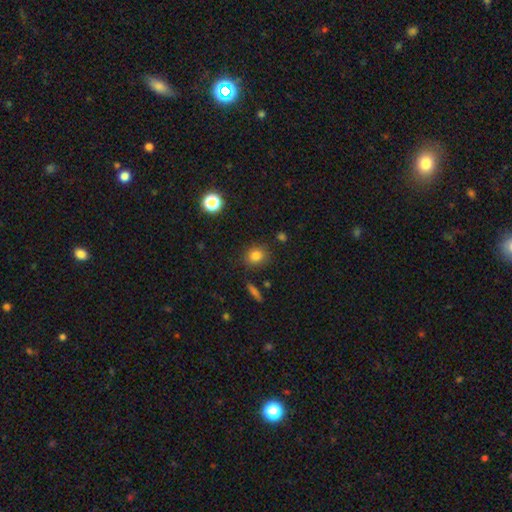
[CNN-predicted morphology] A smooth galaxy with no disk features (81%) that is round (78%).

Vote fractions:
- Smooth or featured? smooth: 81% / star or artifact: 12% / featured or disk: 6%
- How rounded? round: 78% / in between: 21% / cigar-shaped: 1%
- Merging? none: 84% / minor disturbance: 11% / major disturbance: 3% / merger: 3%